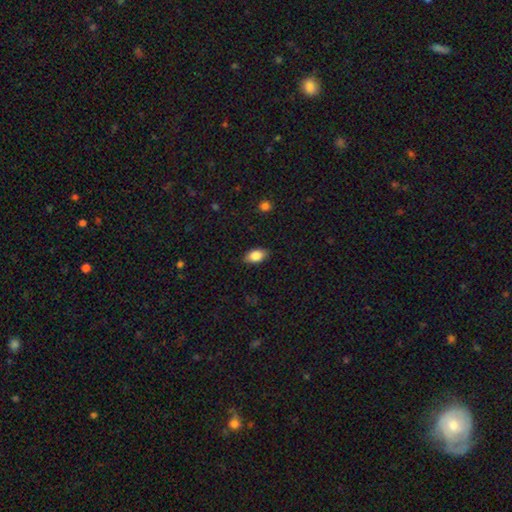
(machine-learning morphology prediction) type=smooth (85%); roundness=in between (91%); merging=none (86%).